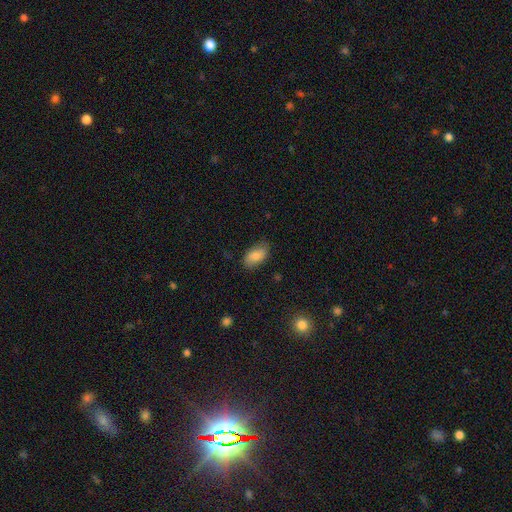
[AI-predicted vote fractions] smooth 79%, featured or disk 14%, star or artifact 7%. Down the decision tree: how rounded — in between (93%); merging — none (77%).